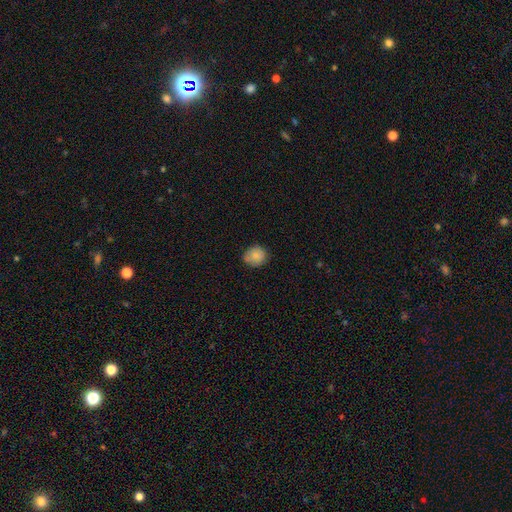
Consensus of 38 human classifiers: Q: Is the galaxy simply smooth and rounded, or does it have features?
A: smooth — 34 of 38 (89%).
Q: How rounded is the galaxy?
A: round — 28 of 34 (82%).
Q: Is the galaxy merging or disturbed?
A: none — 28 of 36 (78%).